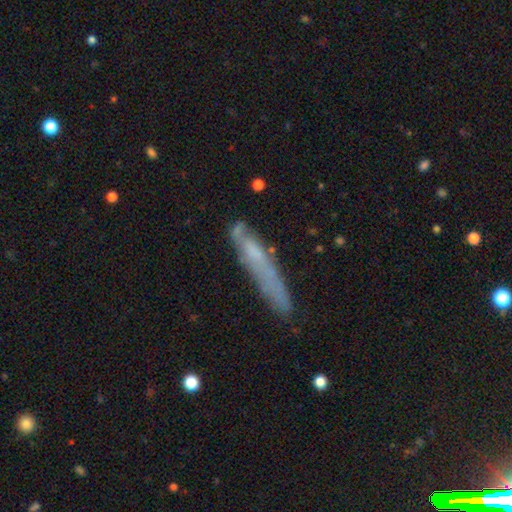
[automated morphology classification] This appears to be a smooth galaxy with no disk features (51%) that is cigar-shaped (90%). Merging: none (55%).